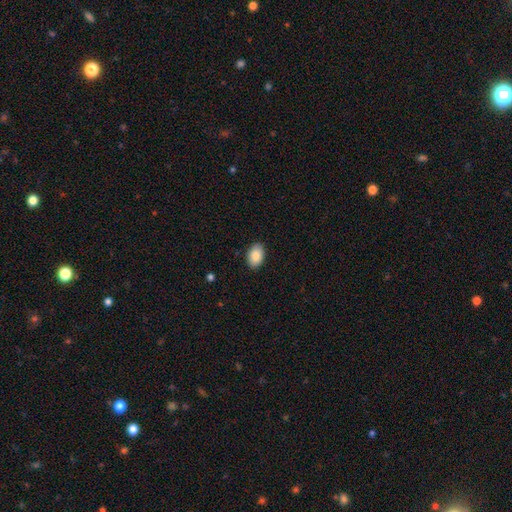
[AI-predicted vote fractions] Q: Smooth or featured?
A: smooth (88%); runner-up: star or artifact (7%)
Q: How rounded?
A: in between (91%); runner-up: round (8%)
Q: Merging?
A: none (89%); runner-up: minor disturbance (9%)